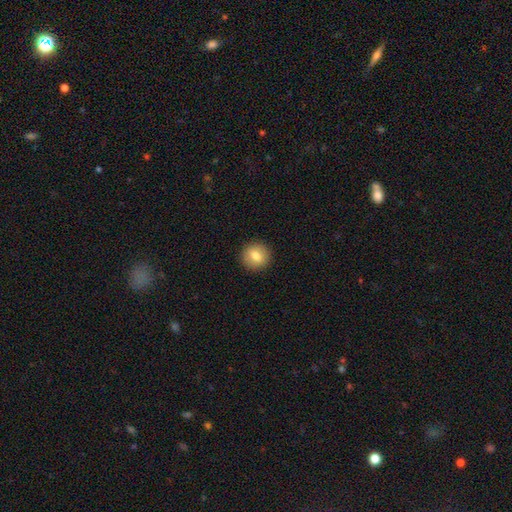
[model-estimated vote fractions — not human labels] Smooth or featured? Predicted: smooth (p=0.76). How rounded? Predicted: round (p=0.90). Merging? Predicted: none (p=0.91).